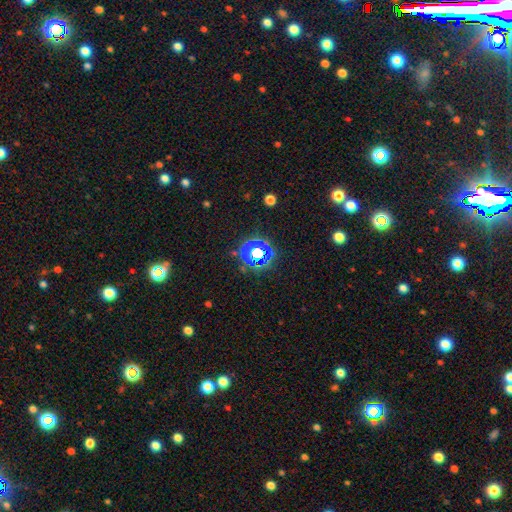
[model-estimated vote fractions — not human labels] Smooth or featured? Predicted: star or artifact (p=0.45).